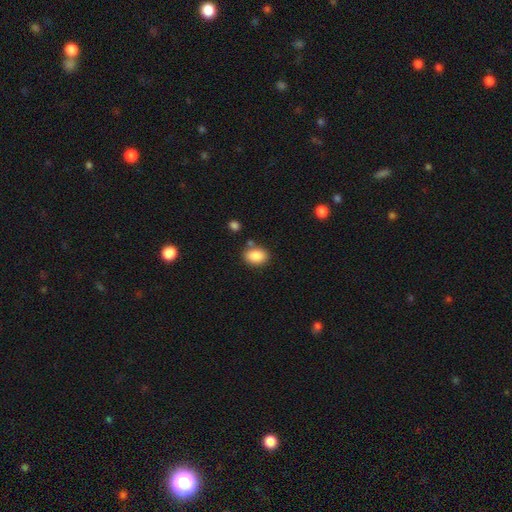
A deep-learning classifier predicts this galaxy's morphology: smooth 87%, star or artifact 8%, featured or disk 5%. Down the decision tree: how rounded — in between (80%); merging — none (74%).